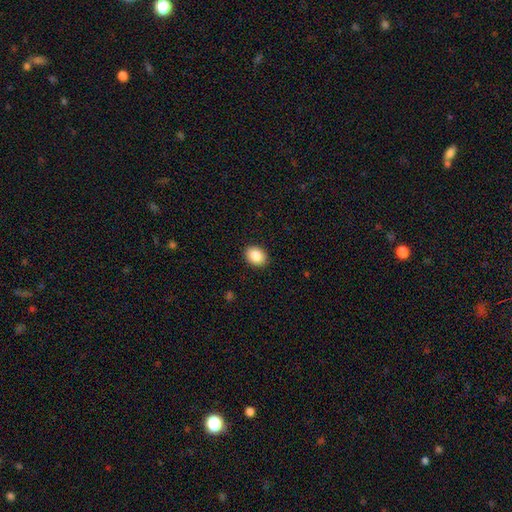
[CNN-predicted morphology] Overall: smooth (88%). How rounded: in between (59%; round 40%). Merging: none (90%).